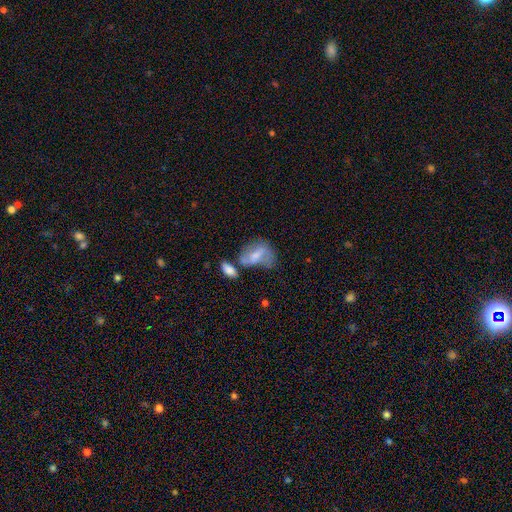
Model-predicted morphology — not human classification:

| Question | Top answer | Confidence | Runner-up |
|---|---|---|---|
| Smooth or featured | smooth | 53% | featured or disk (38%) |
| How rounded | in between | 81% | round (15%) |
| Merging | none | 30% | merger (25%) |